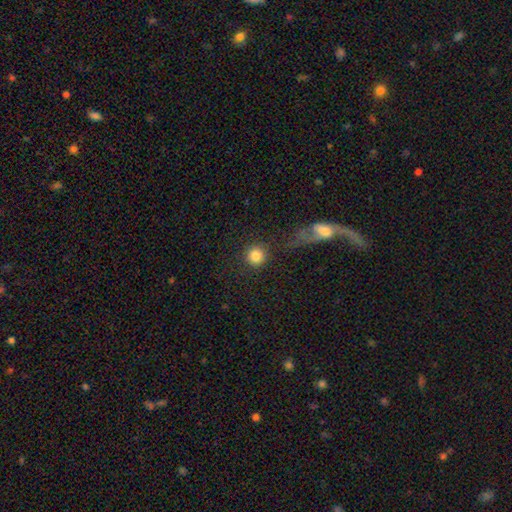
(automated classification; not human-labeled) Q: Smooth or featured?
A: smooth (84%); runner-up: star or artifact (9%)
Q: How rounded?
A: round (93%); runner-up: in between (5%)
Q: Merging?
A: none (81%); runner-up: minor disturbance (8%)